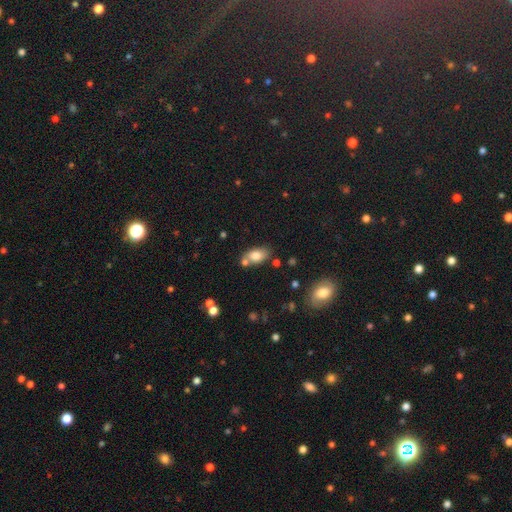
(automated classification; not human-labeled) Smooth or featured?
  - smooth: 79% *
  - featured or disk: 13%
  - star or artifact: 9%
How rounded?
  - in between: 88% *
  - round: 9%
  - cigar-shaped: 3%
Merging?
  - none: 63% *
  - merger: 19%
  - minor disturbance: 14%
  - major disturbance: 4%